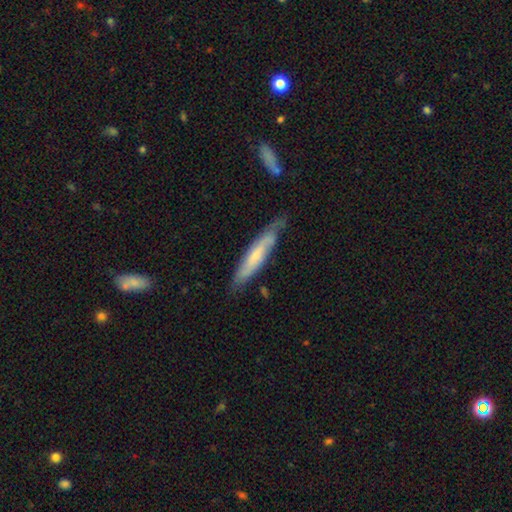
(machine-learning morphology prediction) Smooth or featured?
  - featured or disk: 50% *
  - smooth: 45%
  - star or artifact: 6%
Merging?
  - none: 65% *
  - minor disturbance: 26%
  - major disturbance: 7%
  - merger: 3%